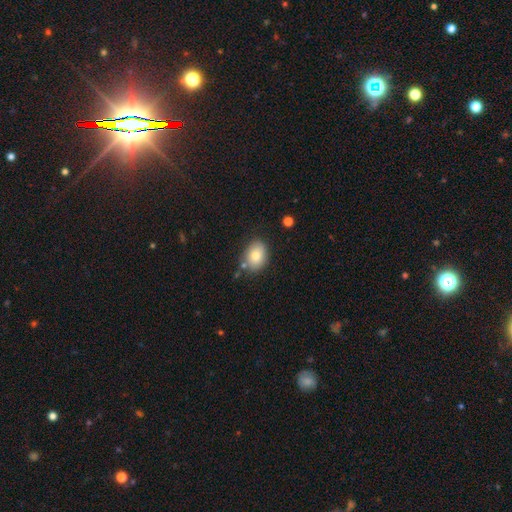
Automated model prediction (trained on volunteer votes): smooth-or-featured: smooth: 80% | featured or disk: 12% | star or artifact: 8%
  how-rounded: in between: 69% | round: 30% | cigar-shaped: 1%
  merging: none: 75% | minor disturbance: 16% | merger: 5% | major disturbance: 3%